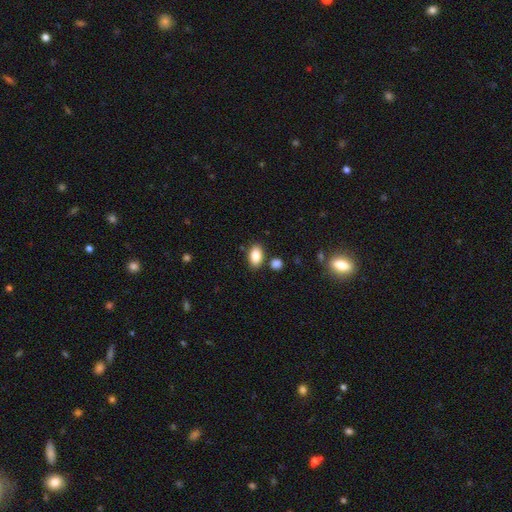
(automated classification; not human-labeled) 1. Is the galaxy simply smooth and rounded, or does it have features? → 86% smooth, 8% star or artifact, 6% featured or disk.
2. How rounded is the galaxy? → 90% in between, 8% round, 2% cigar-shaped.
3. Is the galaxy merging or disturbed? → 80% none, 11% minor disturbance, 7% merger, 3% major disturbance.